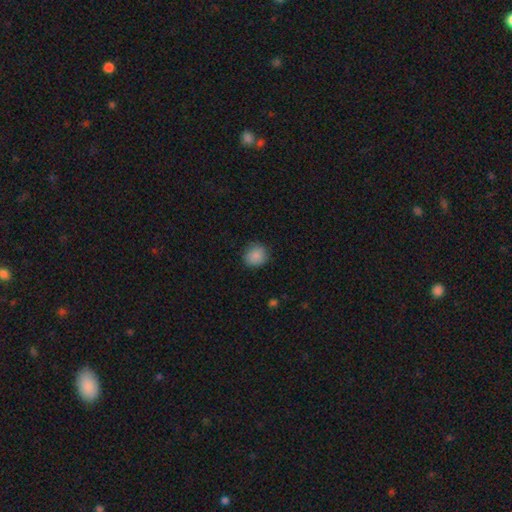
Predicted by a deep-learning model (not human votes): smooth-or-featured: smooth: 87% | star or artifact: 9% | featured or disk: 4%
  how-rounded: round: 82% | in between: 17% | cigar-shaped: 1%
  merging: none: 85% | minor disturbance: 11% | major disturbance: 3% | merger: 1%